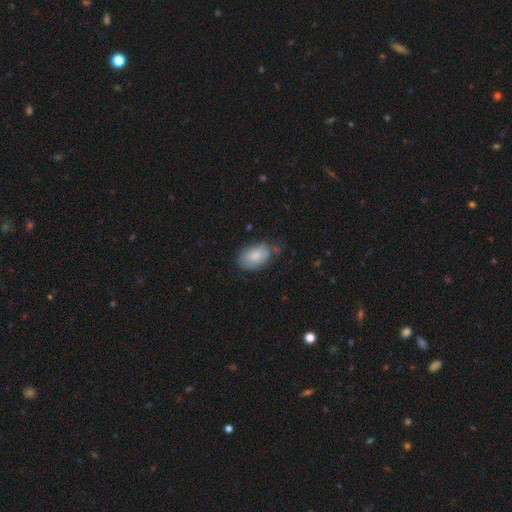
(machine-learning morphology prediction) smooth 80%, featured or disk 13%, star or artifact 6%. Down the decision tree: how rounded — in between (92%); merging — none (62%).